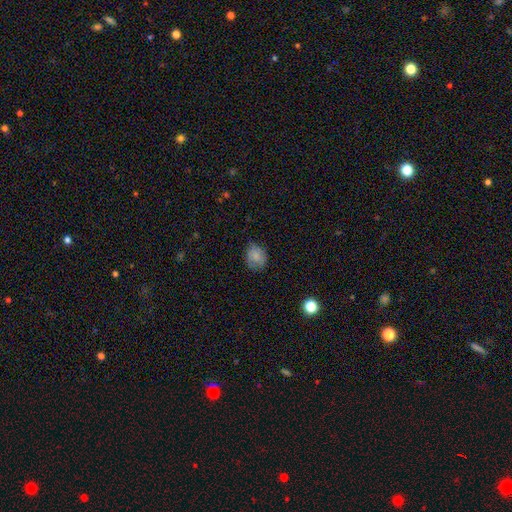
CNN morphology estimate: Smooth or featured? Predicted: smooth (p=0.77). How rounded? Predicted: round (p=0.64). Merging? Predicted: none (p=0.71).